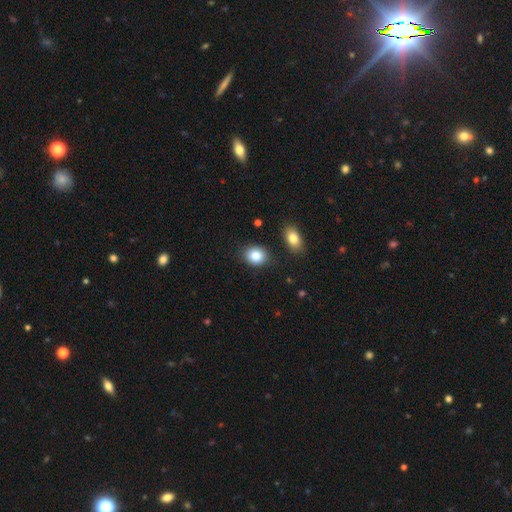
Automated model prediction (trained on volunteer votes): Q: Smooth or featured?
A: smooth (85%); runner-up: star or artifact (9%)
Q: How rounded?
A: round (52%); runner-up: in between (47%)
Q: Merging?
A: none (83%); runner-up: minor disturbance (10%)